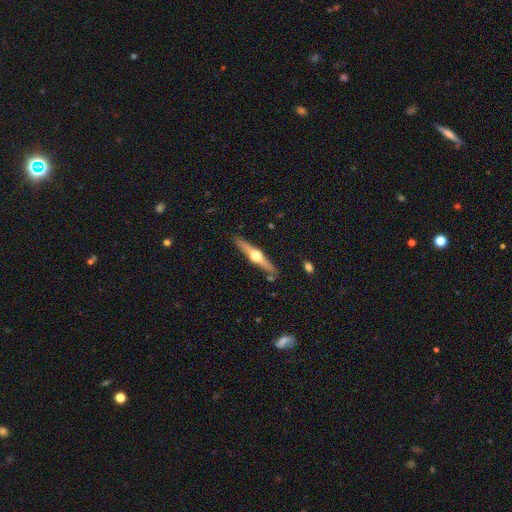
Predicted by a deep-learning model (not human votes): featured or disk 73%, smooth 22%, star or artifact 5%. Down the decision tree: edge-on disk — yes (97%); edge-on bulge — rounded (96%); merging — none (86%).